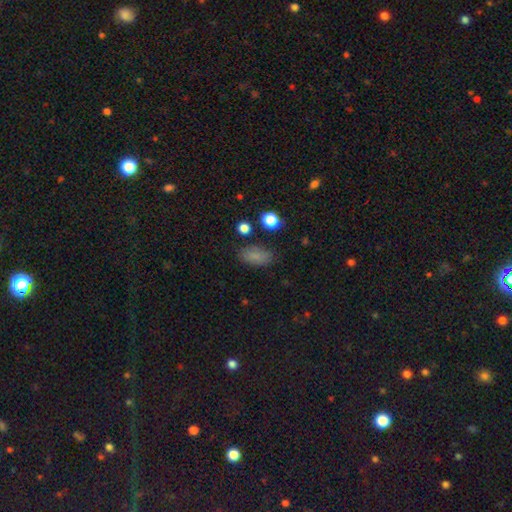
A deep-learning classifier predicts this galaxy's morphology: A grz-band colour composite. It shows a smooth galaxy with no disk features (82%) that is in between round and cigar-shaped (89%). Merging: none (81%).